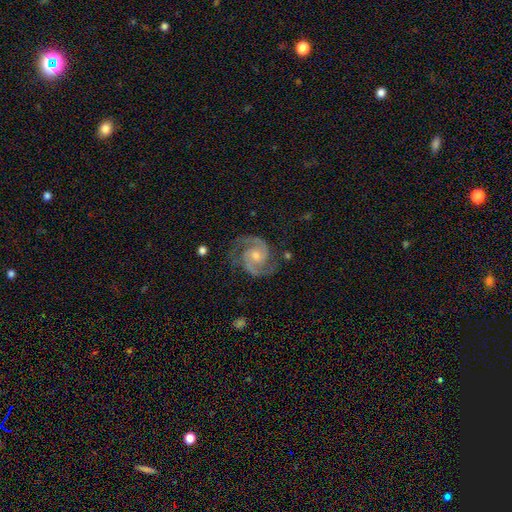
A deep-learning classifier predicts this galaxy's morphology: Smooth or featured? Predicted: featured or disk (p=0.92). Edge-on disk? Predicted: no (p=0.98). Bar? Predicted: no (p=0.62). Spiral arms? Predicted: yes (p=0.99). Spiral winding? Predicted: medium (p=0.56). Spiral arm count? Predicted: 2 (p=0.94). Bulge size? Predicted: small (p=0.49). Merging? Predicted: none (p=0.80).